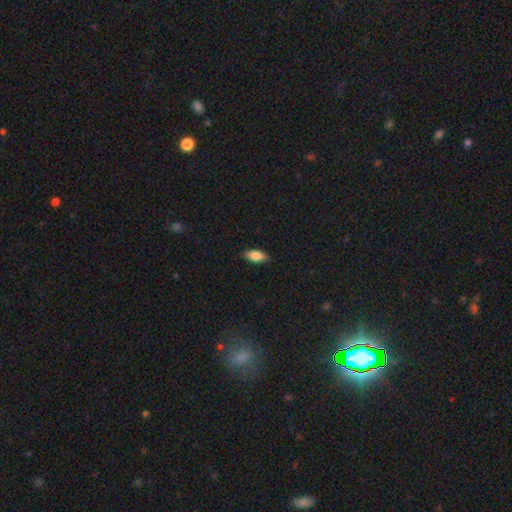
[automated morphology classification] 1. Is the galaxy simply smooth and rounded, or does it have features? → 82% smooth, 11% featured or disk, 7% star or artifact.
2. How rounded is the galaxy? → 85% in between, 12% cigar-shaped, 3% round.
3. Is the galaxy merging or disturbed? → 86% none, 11% minor disturbance, 2% major disturbance, 1% merger.